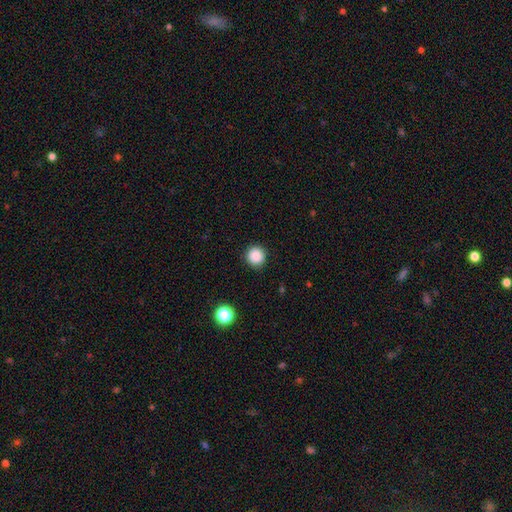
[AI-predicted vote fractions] A smooth galaxy with no disk features (87%) that is round (95%). Merging: none (92%).